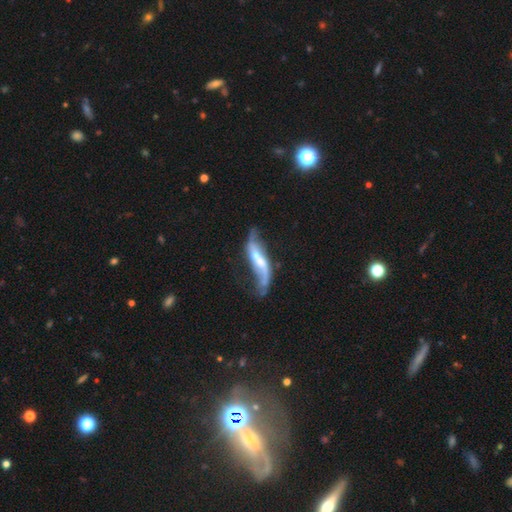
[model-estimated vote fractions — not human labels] smooth_or_featured: featured or disk (p=0.74) [alt: smooth p=0.20]
disk_edge_on: no (p=0.80) [alt: yes p=0.20]
bar: weak (p=0.37) [alt: no p=0.32]
has_spiral_arms: yes (p=0.84) [alt: no p=0.16]
bulge_size: moderate (p=0.41) [alt: small p=0.40]
merging: none (p=0.39) [alt: major disturbance p=0.25]